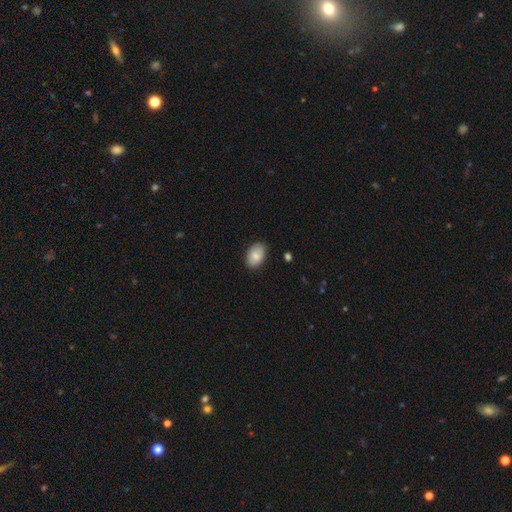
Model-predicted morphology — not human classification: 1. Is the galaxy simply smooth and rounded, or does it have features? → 82% smooth, 12% featured or disk, 7% star or artifact.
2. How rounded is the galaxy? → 90% in between, 9% round, 1% cigar-shaped.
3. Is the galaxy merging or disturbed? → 85% none, 12% minor disturbance, 2% major disturbance, 1% merger.